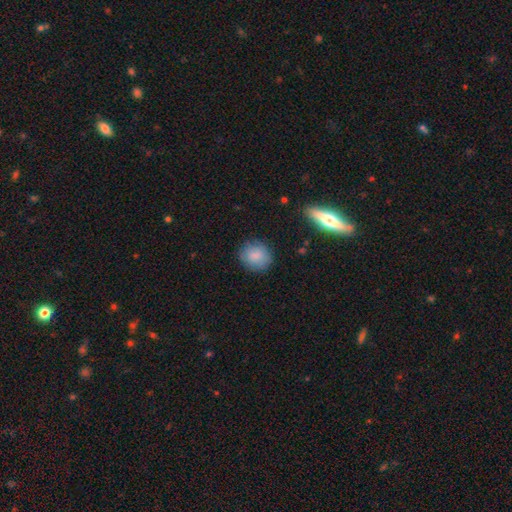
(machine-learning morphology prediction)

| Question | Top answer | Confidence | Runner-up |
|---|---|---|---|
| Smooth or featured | smooth | 85% | star or artifact (8%) |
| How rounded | round | 79% | in between (20%) |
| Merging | none | 83% | minor disturbance (12%) |